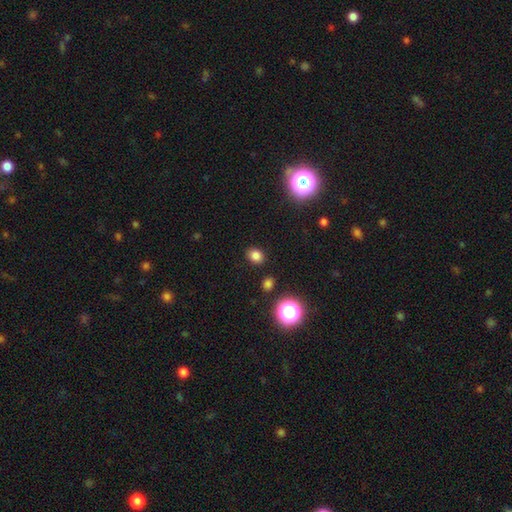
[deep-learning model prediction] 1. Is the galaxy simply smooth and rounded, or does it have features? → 80% smooth, 15% star or artifact, 5% featured or disk.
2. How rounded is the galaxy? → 50% round, 49% in between, 1% cigar-shaped.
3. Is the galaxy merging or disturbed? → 87% none, 8% minor disturbance, 3% major disturbance, 2% merger.